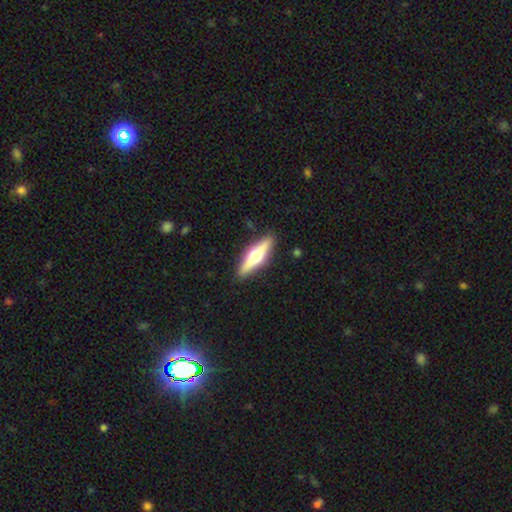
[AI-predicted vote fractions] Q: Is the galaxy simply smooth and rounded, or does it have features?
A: featured or disk — 61%.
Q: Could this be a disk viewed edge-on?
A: yes — 95%.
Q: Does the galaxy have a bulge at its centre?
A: rounded — 95%.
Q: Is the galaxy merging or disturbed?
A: none — 90%.